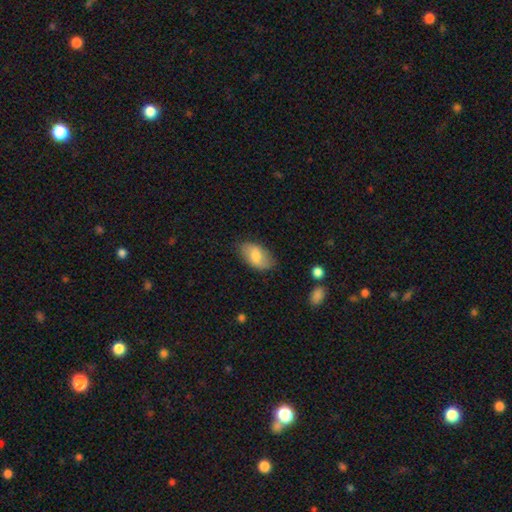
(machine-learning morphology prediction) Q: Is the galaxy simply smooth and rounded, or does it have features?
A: smooth — 73%.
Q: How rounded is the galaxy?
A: in between — 94%.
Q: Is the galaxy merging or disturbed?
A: none — 77%.